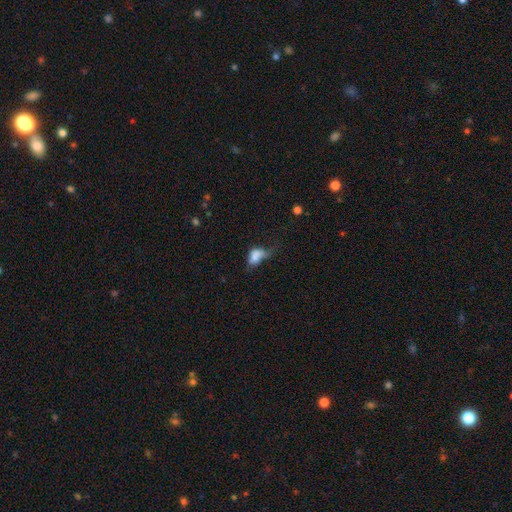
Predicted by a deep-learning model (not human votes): Overall: smooth (68%). How rounded: in between (81%). Merging: major disturbance (41%; minor disturbance 27%).